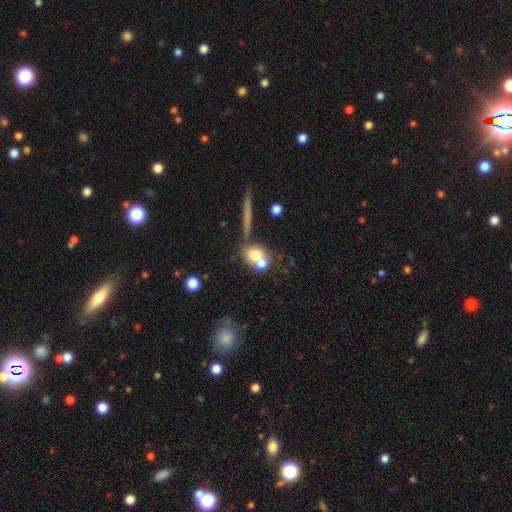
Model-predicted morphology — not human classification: A smooth galaxy with no disk features (68%) that is round (66%). Merging: merger (51%).